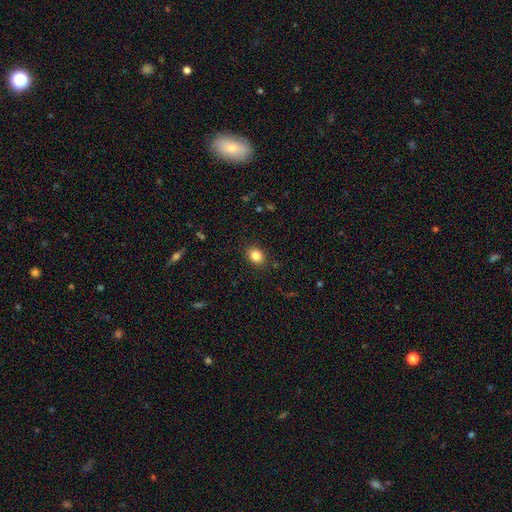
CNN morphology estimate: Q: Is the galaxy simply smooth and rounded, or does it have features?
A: smooth — 85%.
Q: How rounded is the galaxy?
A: in between — 63%.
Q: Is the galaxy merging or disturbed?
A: none — 88%.